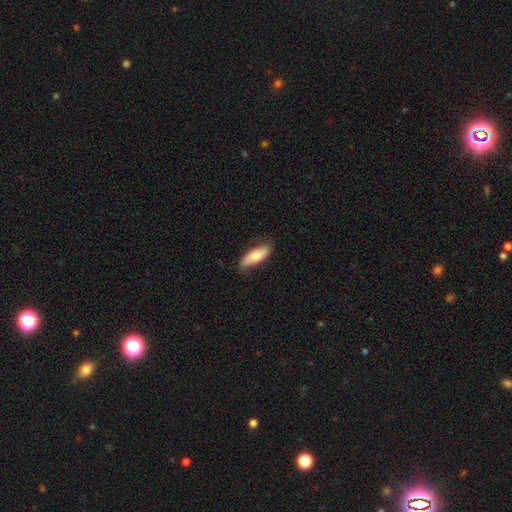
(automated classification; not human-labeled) smooth_or_featured: smooth (p=0.67) [alt: featured or disk p=0.28]
how_rounded: in between (p=0.62) [alt: cigar-shaped p=0.36]
merging: none (p=0.79) [alt: minor disturbance p=0.17]